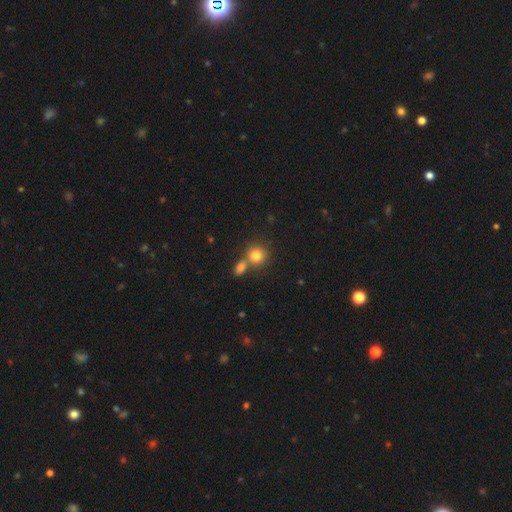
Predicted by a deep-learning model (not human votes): smooth 79%, star or artifact 11%, featured or disk 9%. Down the decision tree: how rounded — round (84%); merging — none (48%).